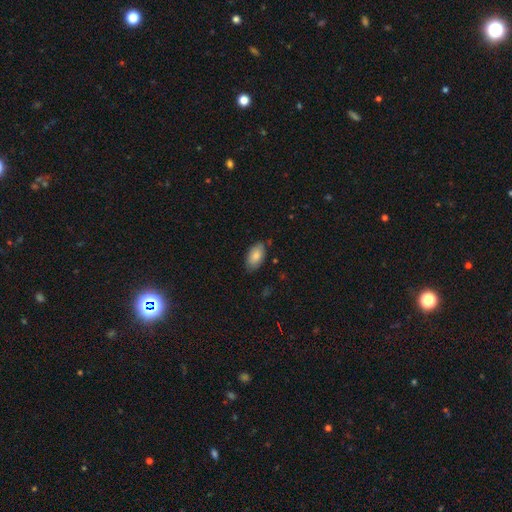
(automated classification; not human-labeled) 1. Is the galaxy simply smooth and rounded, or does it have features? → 84% smooth, 9% featured or disk, 6% star or artifact.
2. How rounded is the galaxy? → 94% in between, 3% round, 2% cigar-shaped.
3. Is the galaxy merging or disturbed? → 78% none, 17% minor disturbance, 3% major disturbance, 2% merger.